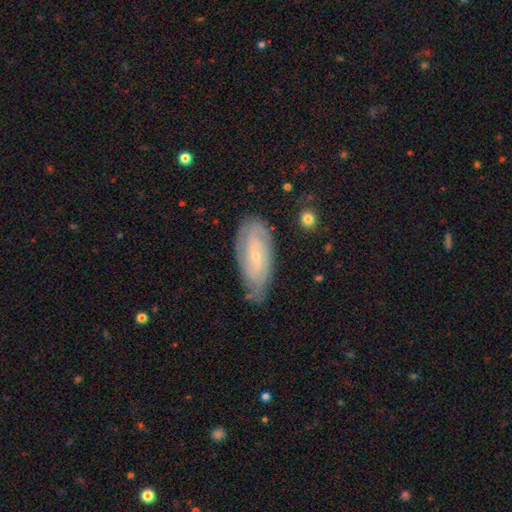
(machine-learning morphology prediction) Smooth or featured? Predicted: featured or disk (p=0.69). Edge-on disk? Predicted: no (p=0.91). Bar? Predicted: no (p=0.59). Spiral arms? Predicted: yes (p=0.90). Spiral winding? Predicted: tight (p=0.65). Spiral arm count? Predicted: can't tell (p=0.45). Bulge size? Predicted: small (p=0.81). Merging? Predicted: none (p=0.69).